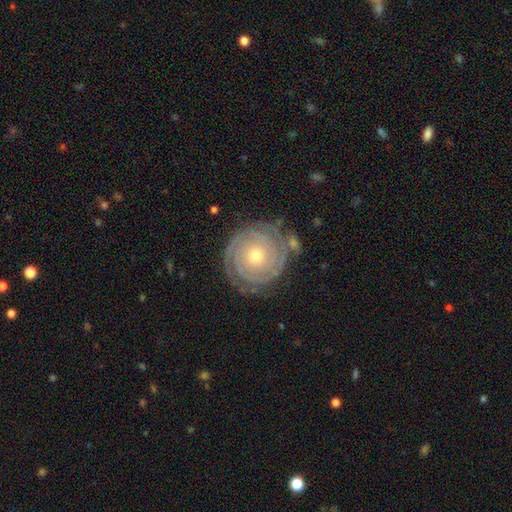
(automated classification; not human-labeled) smooth-or-featured: featured or disk: 87% | smooth: 8% | star or artifact: 5%
  disk-edge-on: no: 98% | yes: 2%
    bar: no: 83% | weak: 13% | strong: 5%
    has-spiral-arms: yes: 97% | no: 3%
      spiral-winding: tight: 89% | medium: 9% | loose: 2%
      spiral-arm-count: 2: 39% | can't tell: 22% | 3: 19% | 4: 9% | more than 4: 6% | 1: 6%
    bulge-size: small: 54% | moderate: 43% | large: 1% | none: 1% | dominant: 1%
  merging: none: 79% | minor disturbance: 14% | major disturbance: 5% | merger: 3%